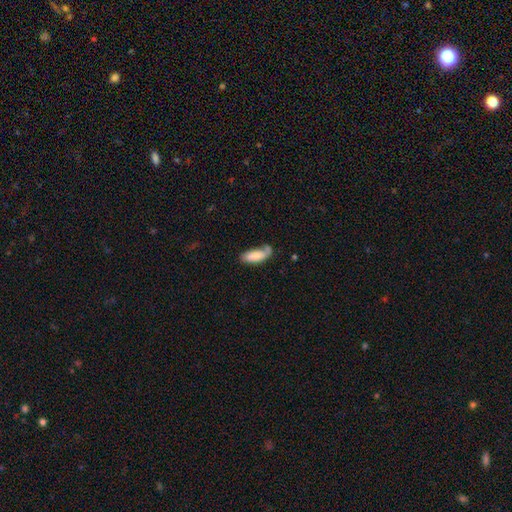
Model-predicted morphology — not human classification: type=smooth (76%); roundness=in between (74%); merging=none (54%).